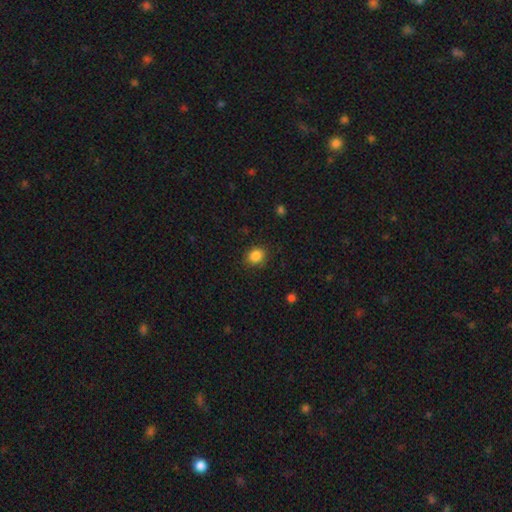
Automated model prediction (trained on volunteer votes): Smooth or featured: smooth — 86% (star or artifact — 10%)
How rounded: round — 67% (in between — 32%)
Merging: none — 86% (minor disturbance — 10%)